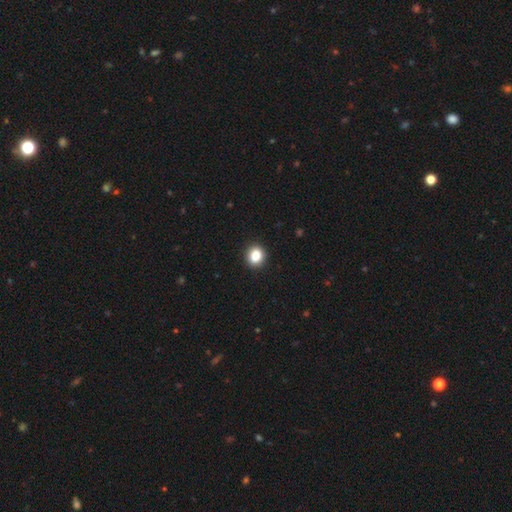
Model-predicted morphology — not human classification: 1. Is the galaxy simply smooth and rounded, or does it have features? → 86% smooth, 10% star or artifact, 4% featured or disk.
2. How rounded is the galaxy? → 68% round, 31% in between, 1% cigar-shaped.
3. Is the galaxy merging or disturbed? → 92% none, 6% minor disturbance, 2% major disturbance, 1% merger.